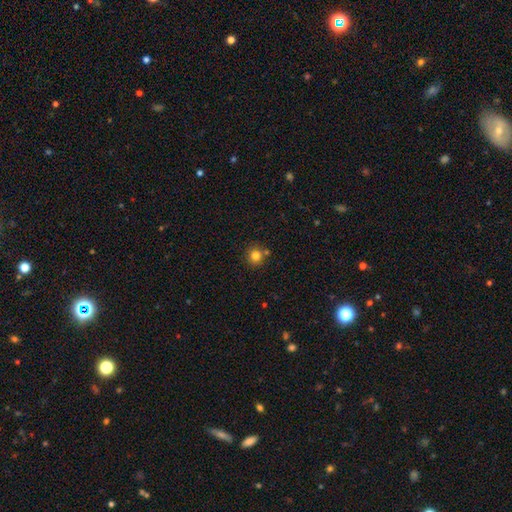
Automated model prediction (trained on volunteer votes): This appears to be a smooth galaxy with no disk features (81%) that is round (89%). Merging: none (75%).